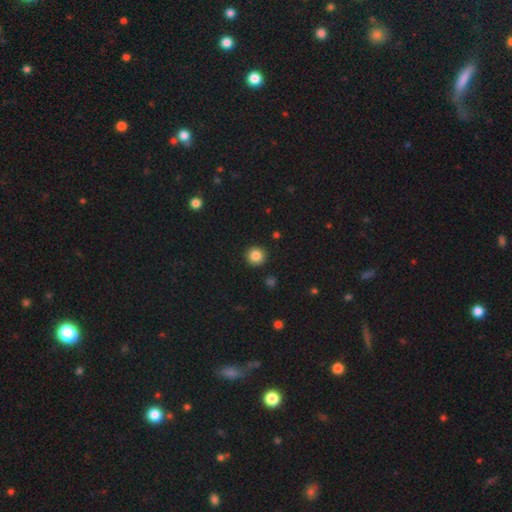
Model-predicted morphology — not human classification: Smooth or featured? smooth (85%)
How rounded? round (95%)
Merging? none (92%)